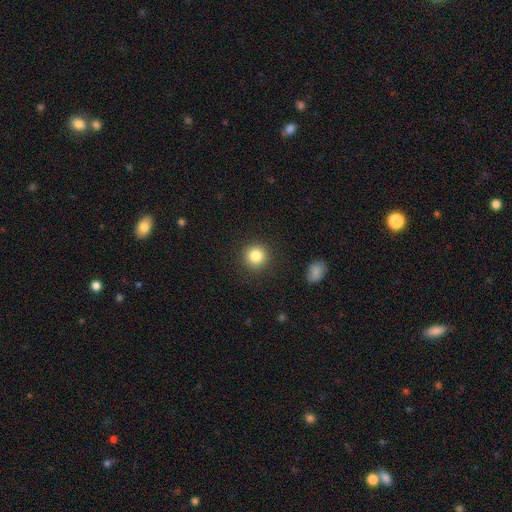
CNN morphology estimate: type=smooth (83%); roundness=round (94%); merging=none (90%).